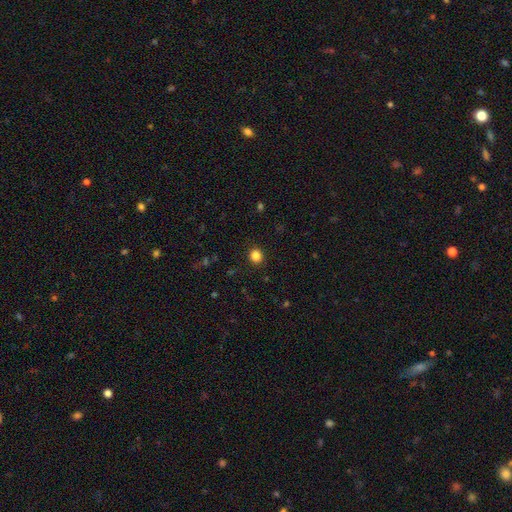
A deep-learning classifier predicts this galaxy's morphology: smooth 84%, star or artifact 12%, featured or disk 4%. Down the decision tree: how rounded — round (79%); merging — none (90%).